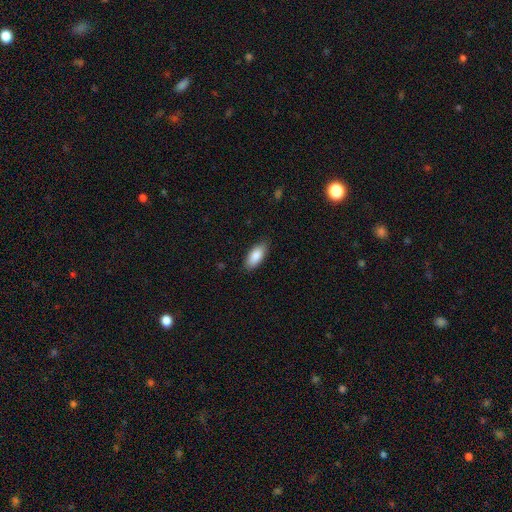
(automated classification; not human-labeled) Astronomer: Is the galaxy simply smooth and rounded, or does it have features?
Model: smooth — 87%.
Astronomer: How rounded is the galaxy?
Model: in between — 88%.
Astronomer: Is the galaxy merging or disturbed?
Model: none — 84%.